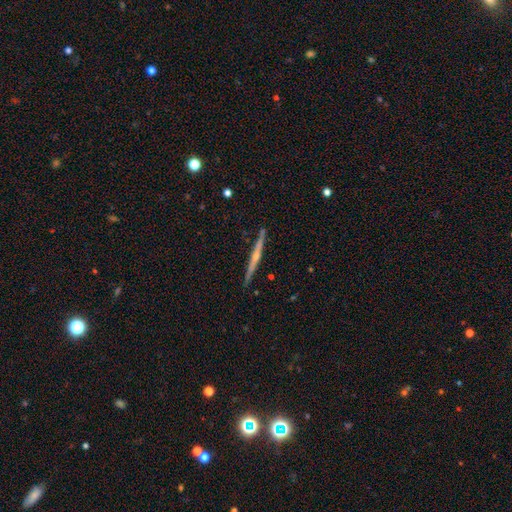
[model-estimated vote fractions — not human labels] A featured or disk galaxy (77%) viewed edge-on (98%) with a rounded central bulge (70%).

Vote fractions:
- Smooth or featured? featured or disk: 77% / smooth: 18% / star or artifact: 6%
- Edge-on disk? yes: 98% / no: 2%
- Edge-on bulge? rounded: 70% / none: 24% / boxy: 6%
- Merging? none: 91% / minor disturbance: 7% / merger: 1% / major disturbance: 1%